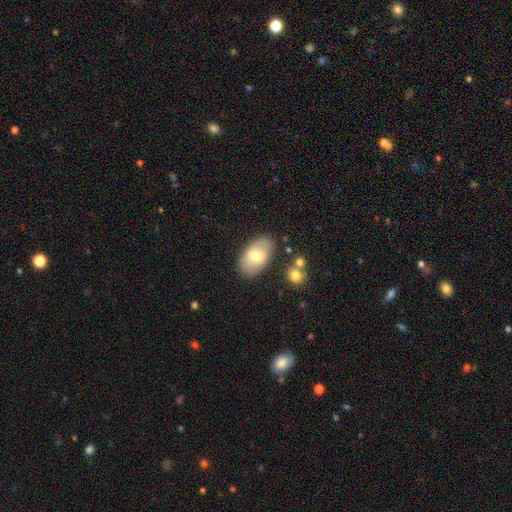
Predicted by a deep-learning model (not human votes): This appears to be a smooth galaxy with no disk features (66%) that is in between round and cigar-shaped (93%). Merging: none (79%).